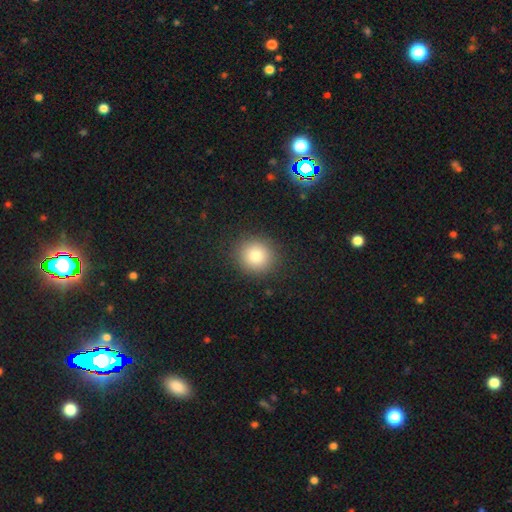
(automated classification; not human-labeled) The model was most divided on "smooth or featured": smooth: 81%, star or artifact: 11%, featured or disk: 8%. More confident: how rounded — round (90%); merging — none (90%).